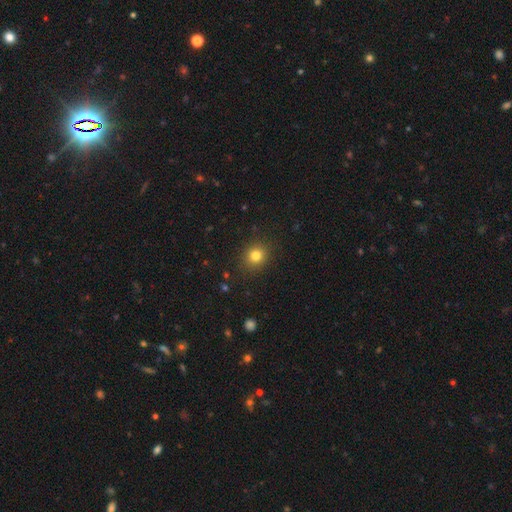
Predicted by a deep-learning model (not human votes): smooth_or_featured: smooth (p=0.81) [alt: star or artifact p=0.13]
how_rounded: round (p=0.83) [alt: in between p=0.16]
merging: none (p=0.89) [alt: minor disturbance p=0.08]